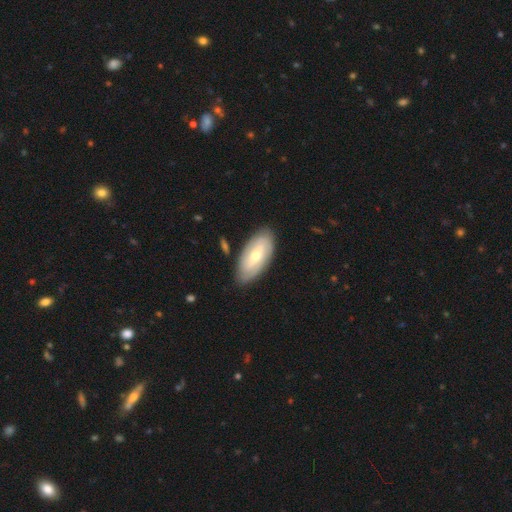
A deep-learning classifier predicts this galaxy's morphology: A featured or disk galaxy (56%).

Vote fractions:
- Smooth or featured? featured or disk: 56% / smooth: 38% / star or artifact: 6%
- Edge-on disk? no: 87% / yes: 13%
- Merging? none: 82% / minor disturbance: 13% / major disturbance: 3% / merger: 2%